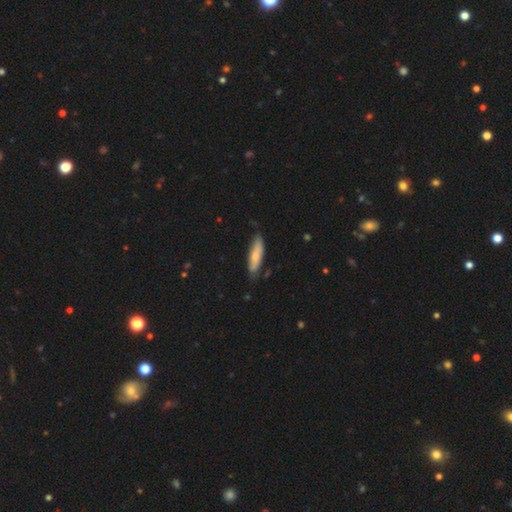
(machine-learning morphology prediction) smooth_or_featured: smooth (p=0.75) [alt: featured or disk p=0.20]
how_rounded: cigar-shaped (p=0.62) [alt: in between p=0.37]
merging: none (p=0.74) [alt: minor disturbance p=0.21]